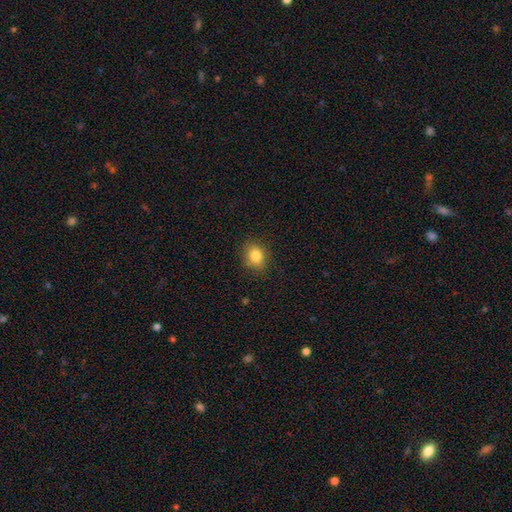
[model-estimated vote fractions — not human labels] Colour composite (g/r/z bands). It shows a smooth galaxy with no disk features (83%) that is in between round and cigar-shaped (51%). Merging: none (83%).